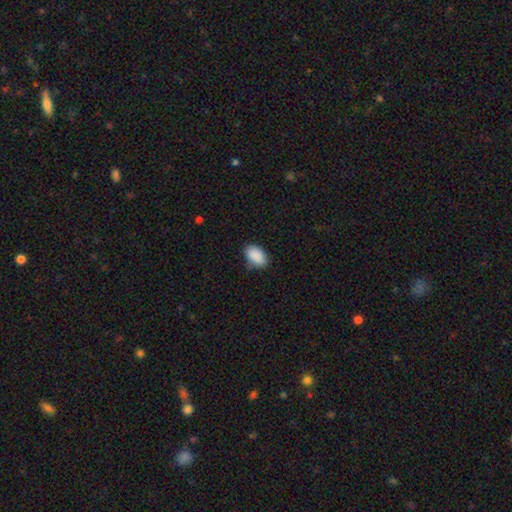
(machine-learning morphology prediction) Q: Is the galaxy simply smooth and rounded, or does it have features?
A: smooth — 90%.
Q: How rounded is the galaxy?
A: in between — 92%.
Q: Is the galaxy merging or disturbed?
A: none — 79%.